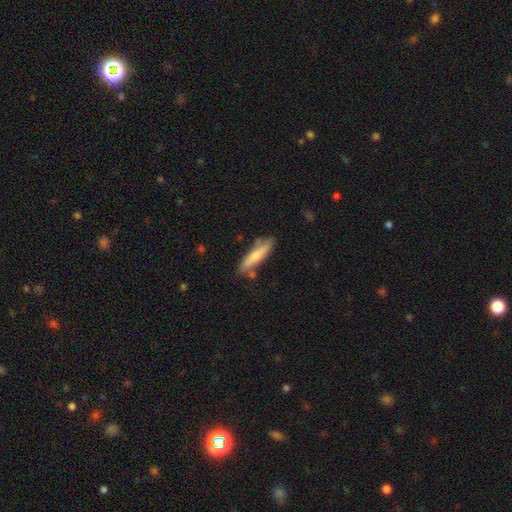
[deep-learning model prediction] Smooth or featured? smooth (68%)
How rounded? cigar-shaped (78%)
Merging? none (73%)